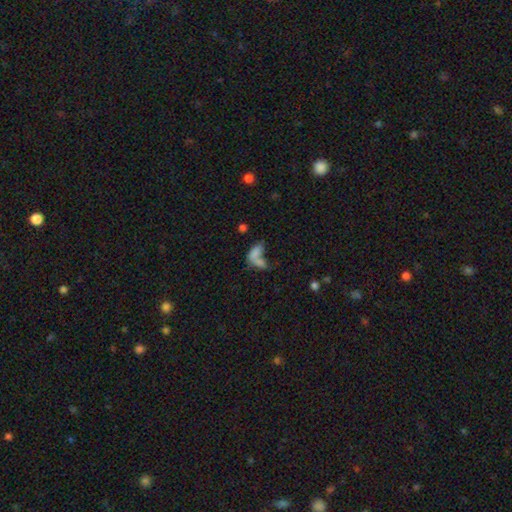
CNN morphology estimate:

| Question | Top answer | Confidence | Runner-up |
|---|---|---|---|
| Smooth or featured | smooth | 70% | featured or disk (17%) |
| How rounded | in between | 83% | cigar-shaped (9%) |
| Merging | merger | 57% | none (20%) |